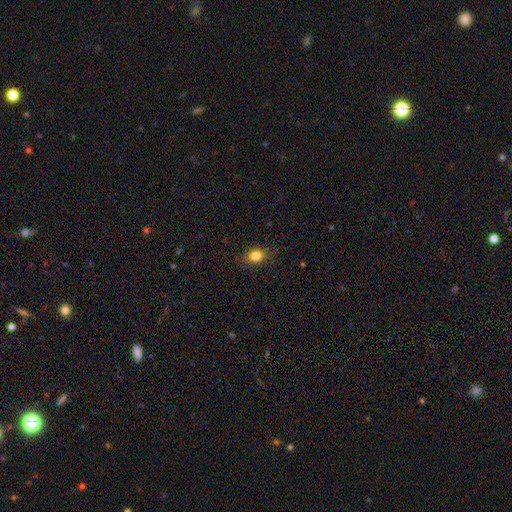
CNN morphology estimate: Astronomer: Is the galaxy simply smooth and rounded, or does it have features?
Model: smooth — 82%.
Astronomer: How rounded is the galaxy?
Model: in between — 71%.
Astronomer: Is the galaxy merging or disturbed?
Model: none — 82%.